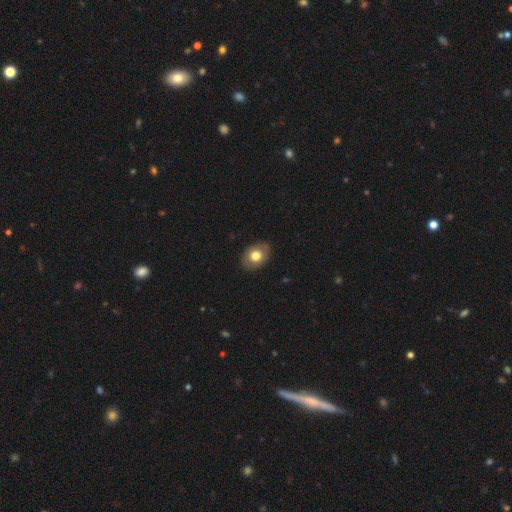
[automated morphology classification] smooth 75%, featured or disk 18%, star or artifact 8%. Down the decision tree: how rounded — in between (71%); merging — none (87%).